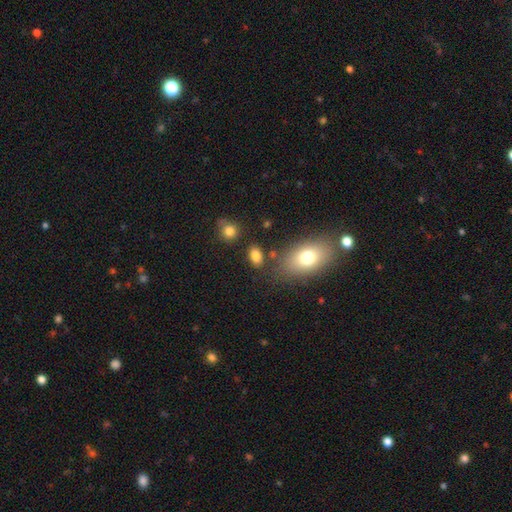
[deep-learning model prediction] A smooth galaxy with no disk features (83%) that is in between round and cigar-shaped (86%). Merging: none (79%).